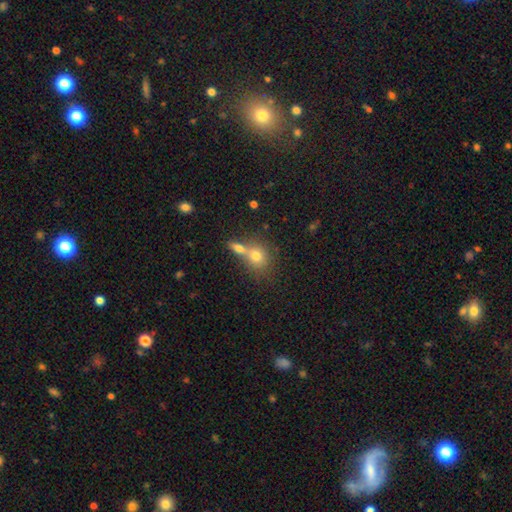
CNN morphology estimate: smooth_or_featured: smooth (p=0.73) [alt: featured or disk p=0.16]
how_rounded: round (p=0.69) [alt: in between p=0.29]
merging: merger (p=0.50) [alt: none p=0.38]